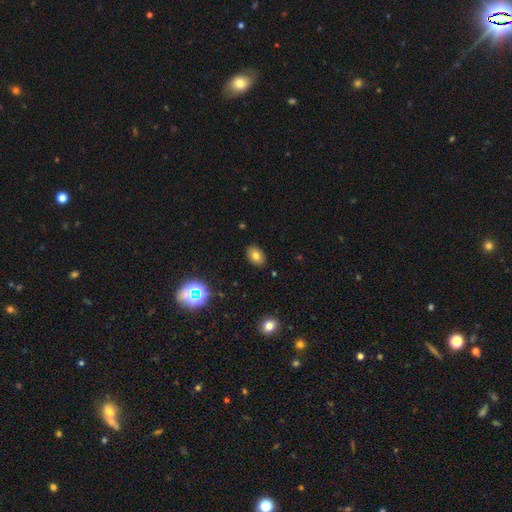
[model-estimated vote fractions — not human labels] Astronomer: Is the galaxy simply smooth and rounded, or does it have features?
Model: smooth — 75%.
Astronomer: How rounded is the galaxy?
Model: in between — 80%.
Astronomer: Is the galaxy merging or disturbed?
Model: none — 88%.